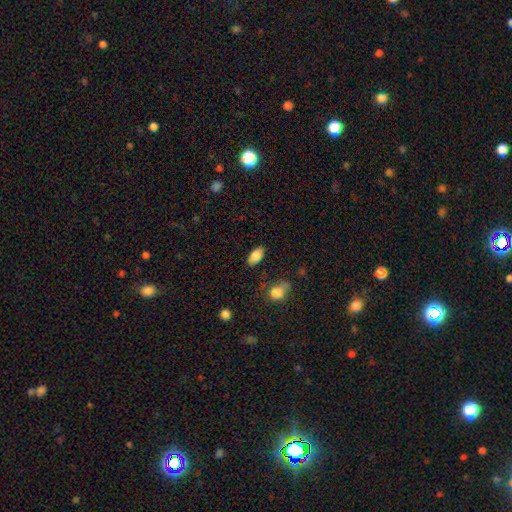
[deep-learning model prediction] smooth-or-featured: smooth: 85% | star or artifact: 8% | featured or disk: 7%
  how-rounded: in between: 91% | cigar-shaped: 5% | round: 4%
  merging: none: 81% | minor disturbance: 13% | major disturbance: 3% | merger: 2%